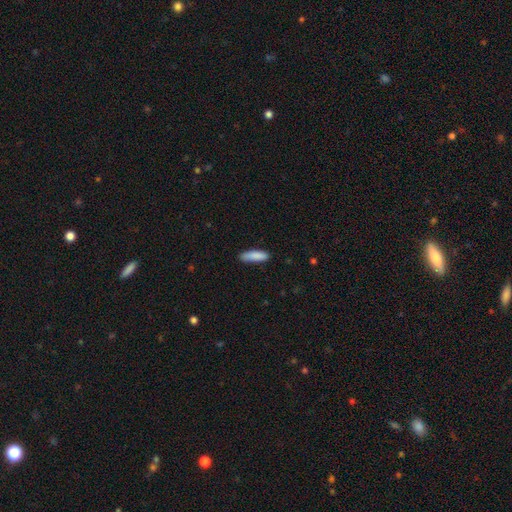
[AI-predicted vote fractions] This appears to be a smooth galaxy with no disk features (88%) that is cigar-shaped (58%). Merging: none (80%).